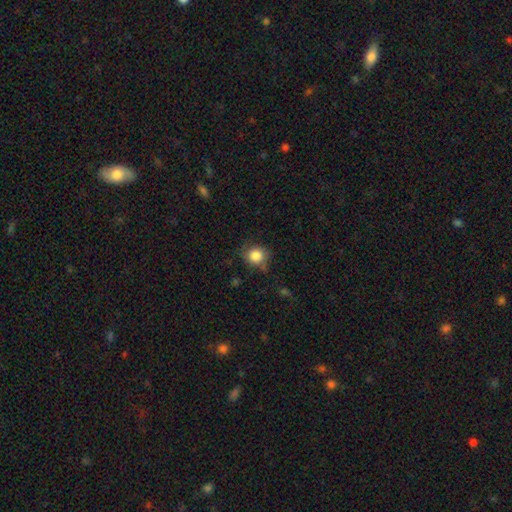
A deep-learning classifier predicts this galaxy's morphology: A smooth galaxy with no disk features (85%) that is round (83%). Merging: none (74%).